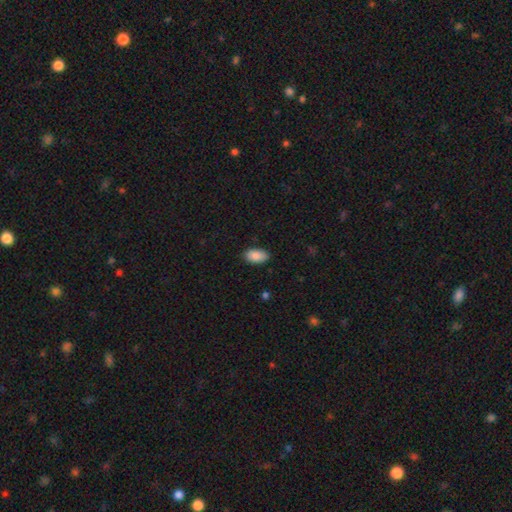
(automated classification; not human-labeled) smooth_or_featured: smooth (p=0.88) [alt: star or artifact p=0.07]
how_rounded: in between (p=0.94) [alt: round p=0.04]
merging: none (p=0.84) [alt: minor disturbance p=0.12]